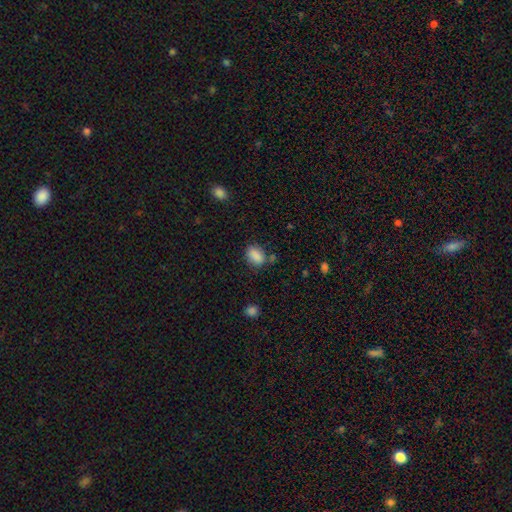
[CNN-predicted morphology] type=smooth (87%); roundness=in between (79%); merging=none (74%).